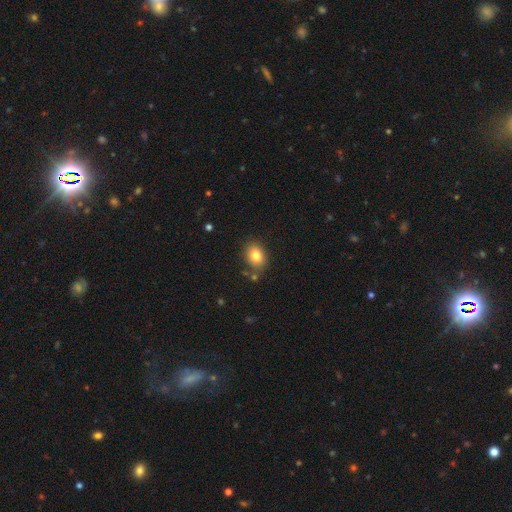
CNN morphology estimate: A smooth galaxy with no disk features (81%) that is in between round and cigar-shaped (61%). Merging: none (77%).